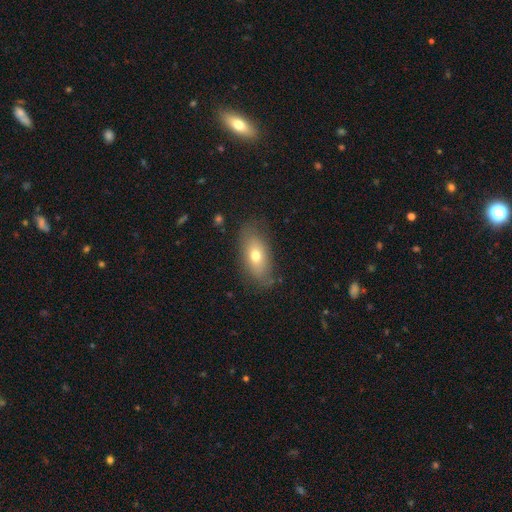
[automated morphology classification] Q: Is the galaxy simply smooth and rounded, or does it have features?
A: smooth — 68%.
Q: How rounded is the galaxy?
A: in between — 85%.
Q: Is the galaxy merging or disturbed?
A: none — 78%.